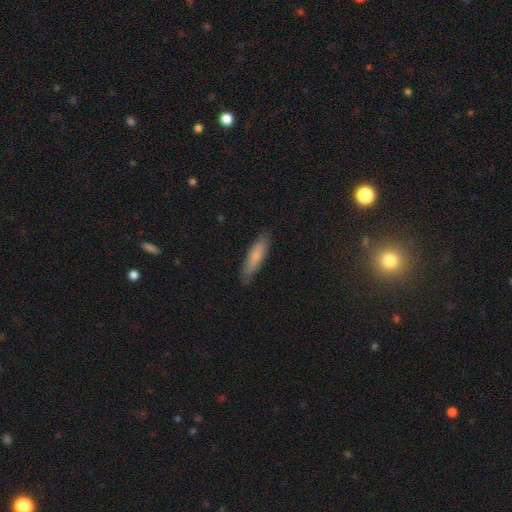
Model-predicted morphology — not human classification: Q: Smooth or featured?
A: smooth (75%); runner-up: featured or disk (19%)
Q: How rounded?
A: cigar-shaped (71%); runner-up: in between (27%)
Q: Merging?
A: none (82%); runner-up: minor disturbance (14%)